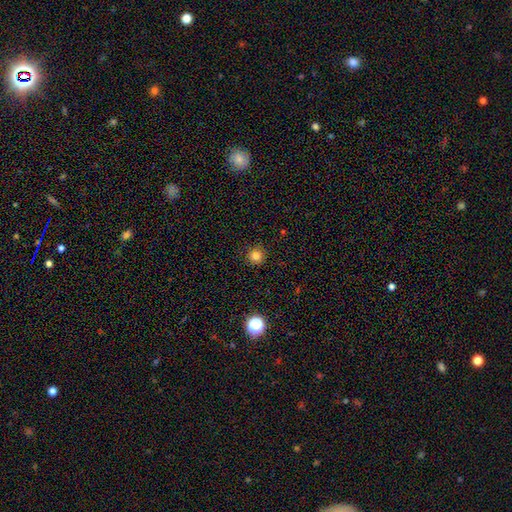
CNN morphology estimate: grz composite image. It shows a smooth galaxy with no disk features (82%) that is round (95%). Merging: none (89%).